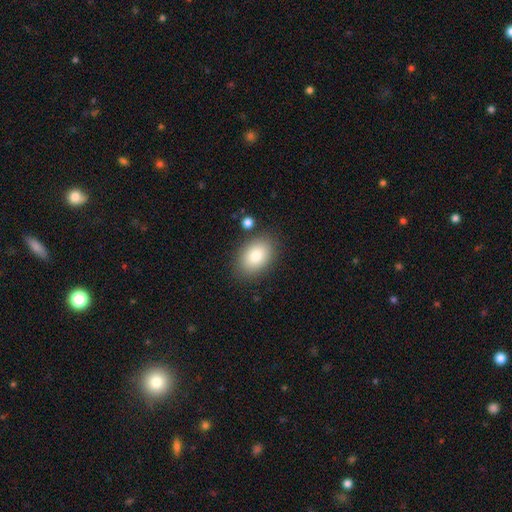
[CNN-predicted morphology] This is clearly a smooth galaxy (83%). How rounded: clearly in between (84%). Merging: clearly none (84%).